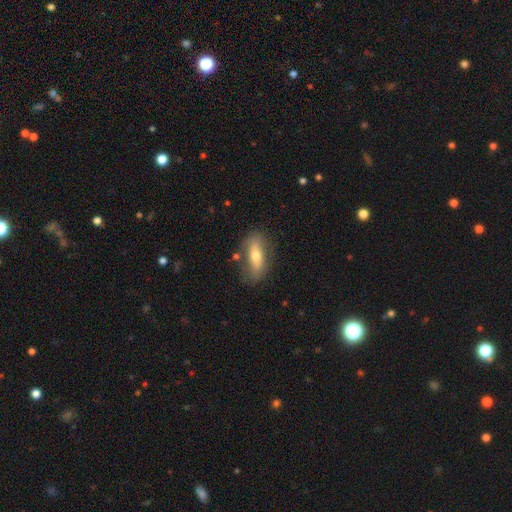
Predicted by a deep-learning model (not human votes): A smooth galaxy with no disk features (56%) that is in between round and cigar-shaped (62%).

Vote fractions:
- Smooth or featured? smooth: 56% / featured or disk: 37% / star or artifact: 7%
- How rounded? in between: 62% / cigar-shaped: 34% / round: 4%
- Merging? none: 75% / minor disturbance: 16% / major disturbance: 5% / merger: 4%